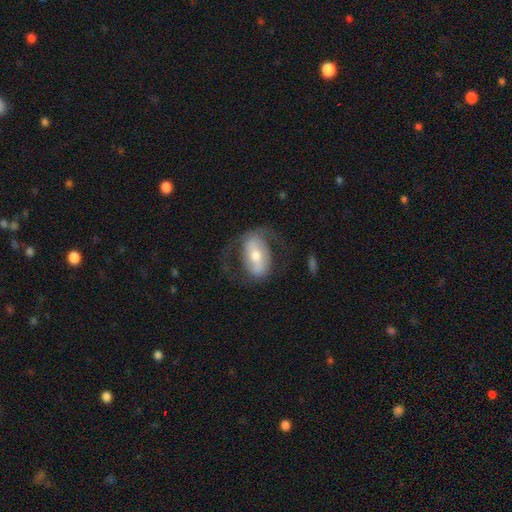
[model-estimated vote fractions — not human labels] This is likely a featured or disk galaxy (69%). It is clearly not viewed edge-on (93%). Bar: possibly strong (48%). Spiral arm pattern: likely yes (75%). Central bulge: likely moderate (62%). Merging: likely none (62%).